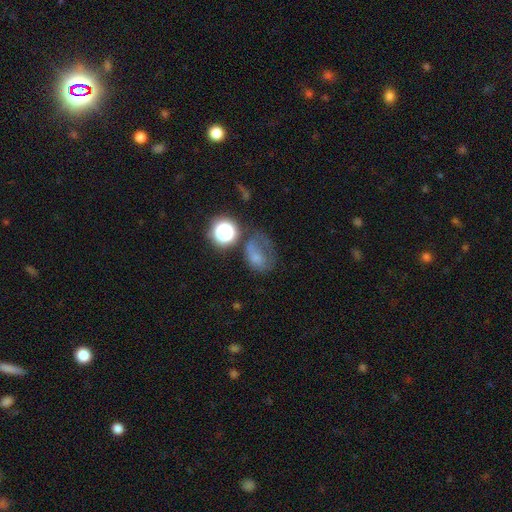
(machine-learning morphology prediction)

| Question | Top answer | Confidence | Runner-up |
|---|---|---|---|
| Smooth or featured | smooth | 57% | featured or disk (24%) |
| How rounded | in between | 61% | round (37%) |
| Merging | major disturbance | 39% | none (28%) |